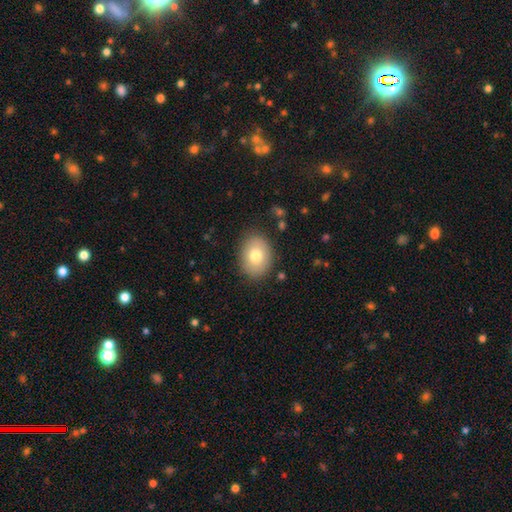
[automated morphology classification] The model was most divided on "how rounded": in between: 63%, round: 36%, cigar-shaped: 1%. More confident: merging — none (86%); smooth or featured — smooth (76%).